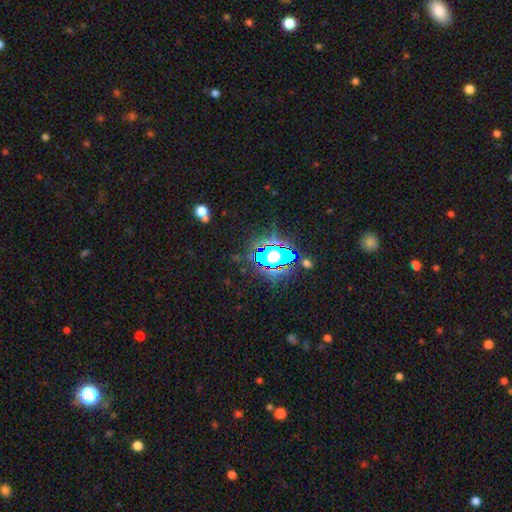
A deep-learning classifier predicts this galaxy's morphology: Smooth or featured?
  - star or artifact: 78% *
  - smooth: 13%
  - featured or disk: 10%